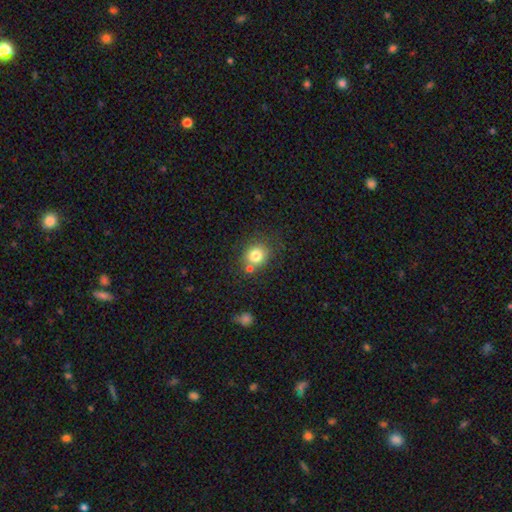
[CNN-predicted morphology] The model was most divided on "merging": none: 67%, merger: 17%, minor disturbance: 12%, major disturbance: 4%. More confident: smooth or featured — smooth (80%); how rounded — round (78%).